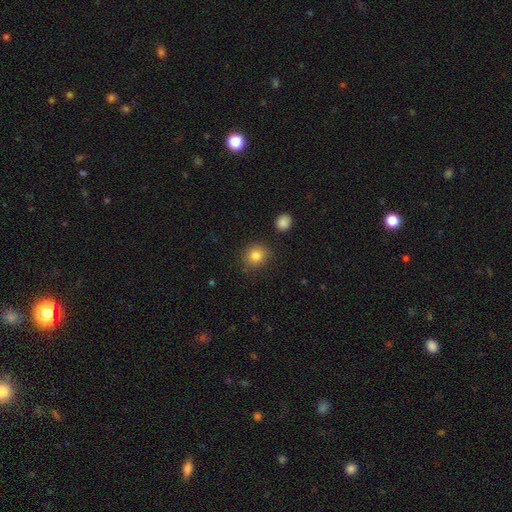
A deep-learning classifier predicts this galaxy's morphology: smooth-or-featured: smooth: 82% | star or artifact: 11% | featured or disk: 7%
  how-rounded: round: 83% | in between: 16% | cigar-shaped: 1%
  merging: none: 86% | minor disturbance: 9% | major disturbance: 3% | merger: 2%